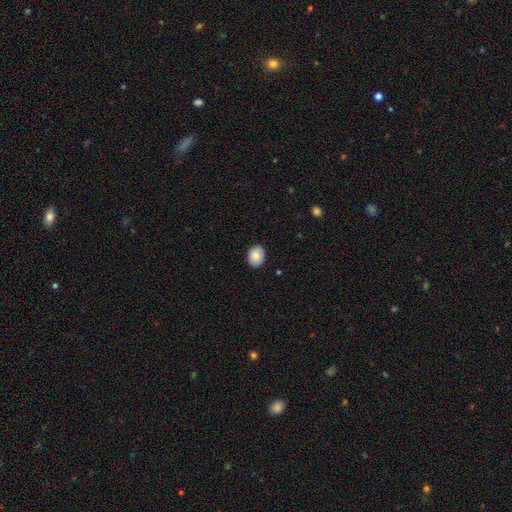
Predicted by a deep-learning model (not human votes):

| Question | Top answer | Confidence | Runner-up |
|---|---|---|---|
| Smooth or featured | smooth | 88% | star or artifact (7%) |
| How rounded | in between | 58% | round (41%) |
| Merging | none | 90% | minor disturbance (8%) |